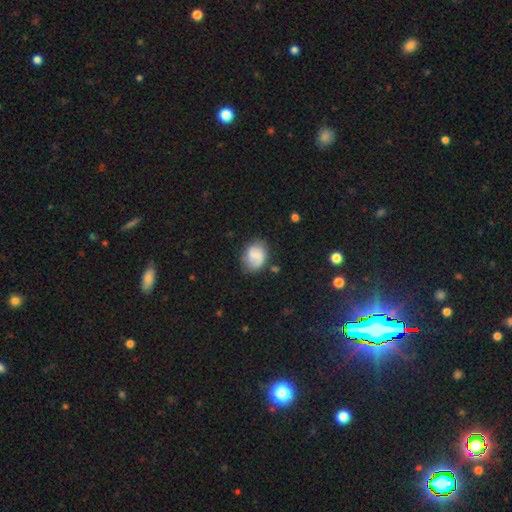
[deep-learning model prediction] smooth-or-featured: smooth: 56% | featured or disk: 35% | star or artifact: 9%
  how-rounded: in between: 50% | round: 49% | cigar-shaped: 1%
  merging: none: 66% | minor disturbance: 23% | major disturbance: 8% | merger: 3%